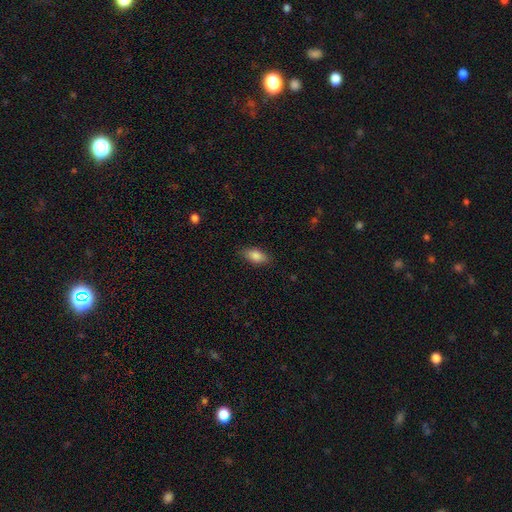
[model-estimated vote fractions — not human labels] This is clearly a smooth galaxy (85%). How rounded: clearly in between (89%). Merging: clearly none (84%).